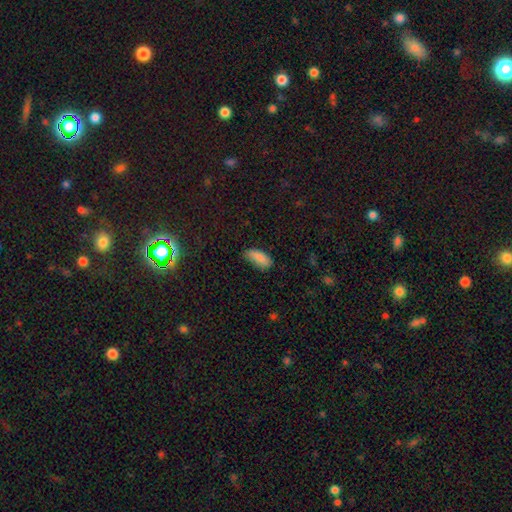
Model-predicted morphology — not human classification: Q: Smooth or featured?
A: smooth (77%); runner-up: star or artifact (15%)
Q: How rounded?
A: in between (83%); runner-up: cigar-shaped (14%)
Q: Merging?
A: none (66%); runner-up: minor disturbance (26%)